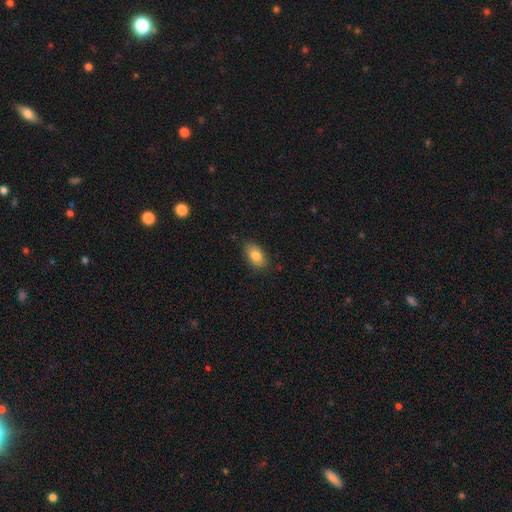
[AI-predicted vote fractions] Smooth or featured?
  - smooth: 83% *
  - featured or disk: 9%
  - star or artifact: 8%
How rounded?
  - in between: 90% *
  - round: 7%
  - cigar-shaped: 2%
Merging?
  - none: 82% *
  - minor disturbance: 14%
  - major disturbance: 3%
  - merger: 1%